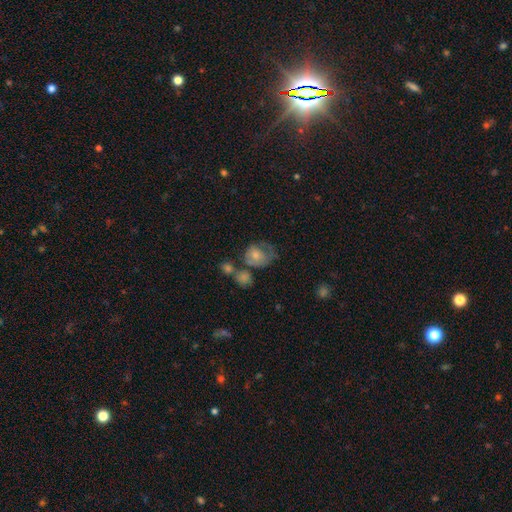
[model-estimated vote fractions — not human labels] smooth_or_featured: smooth (p=0.58) [alt: featured or disk p=0.33]
how_rounded: round (p=0.56) [alt: in between p=0.43]
merging: none (p=0.29) [alt: major disturbance p=0.27]